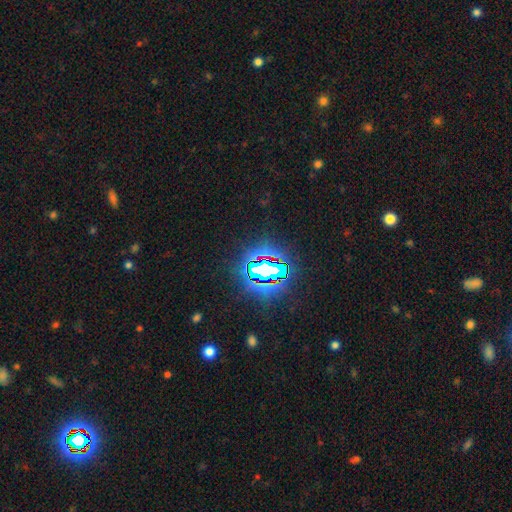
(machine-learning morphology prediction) smooth_or_featured: star or artifact (p=0.84) [alt: smooth p=0.09]